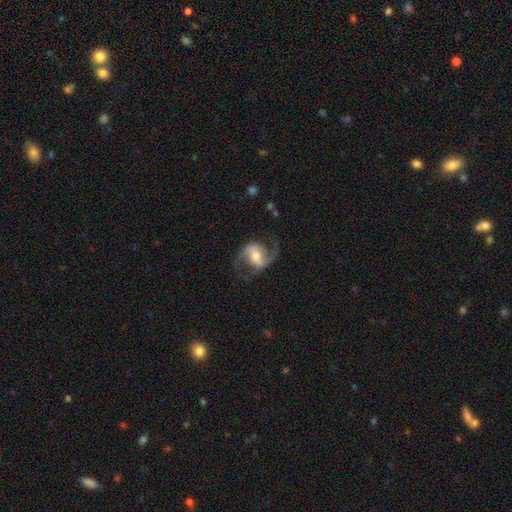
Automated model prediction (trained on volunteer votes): A featured or disk galaxy (88%) with a weak bar (45%), 2 (93%) medium (48%) spiral arms (97%) and a moderate central bulge (64%). Merging: none (78%).